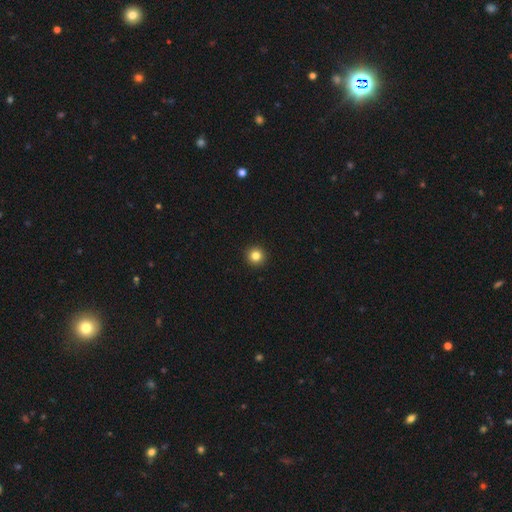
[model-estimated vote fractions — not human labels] smooth_or_featured: smooth (p=0.83) [alt: star or artifact p=0.12]
how_rounded: round (p=0.96) [alt: in between p=0.03]
merging: none (p=0.94) [alt: minor disturbance p=0.04]